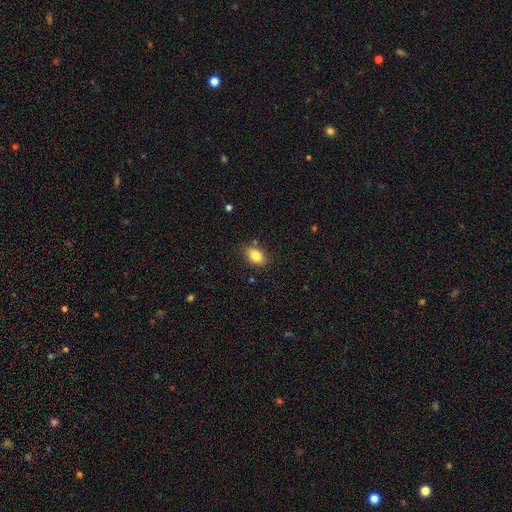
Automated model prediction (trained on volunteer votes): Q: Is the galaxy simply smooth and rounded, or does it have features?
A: smooth — 83%.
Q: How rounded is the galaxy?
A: in between — 82%.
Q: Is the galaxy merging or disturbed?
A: none — 81%.